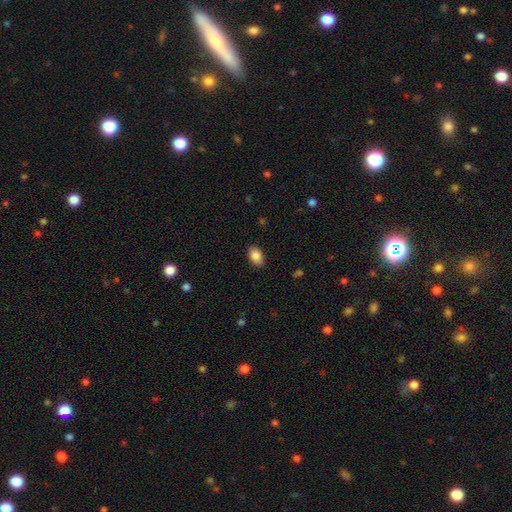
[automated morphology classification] Q: Smooth or featured?
A: smooth (87%); runner-up: star or artifact (8%)
Q: How rounded?
A: in between (88%); runner-up: round (11%)
Q: Merging?
A: none (88%); runner-up: minor disturbance (9%)